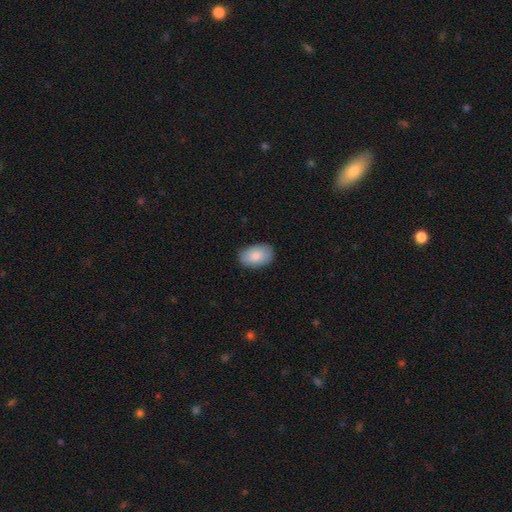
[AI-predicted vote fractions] A smooth galaxy with no disk features (86%) that is in between round and cigar-shaped (91%).

Vote fractions:
- Smooth or featured? smooth: 86% / featured or disk: 8% / star or artifact: 6%
- How rounded? in between: 91% / round: 8% / cigar-shaped: 1%
- Merging? none: 86% / minor disturbance: 11% / major disturbance: 2% / merger: 1%